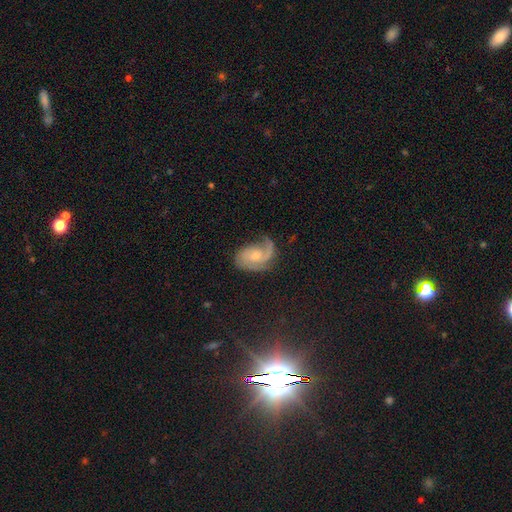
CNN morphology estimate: Overall: featured or disk (80%). Edge-on disk: no (97%). Bar: no (60%; weak 34%). Spiral arms: yes (95%). Spiral arm count: 2 (56%; 1 27%). Spiral winding: medium (44%; tight 29%). Bulge size: small (46%, tied with moderate). Merging: none (55%; minor disturbance 25%).